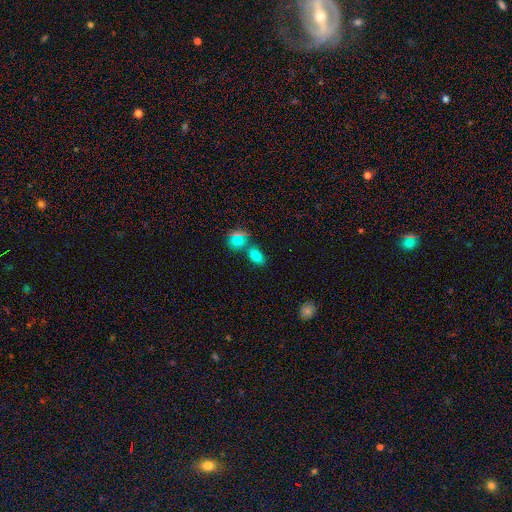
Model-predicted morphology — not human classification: Overall: smooth (77%). How rounded: in between (84%). Merging: none (63%).